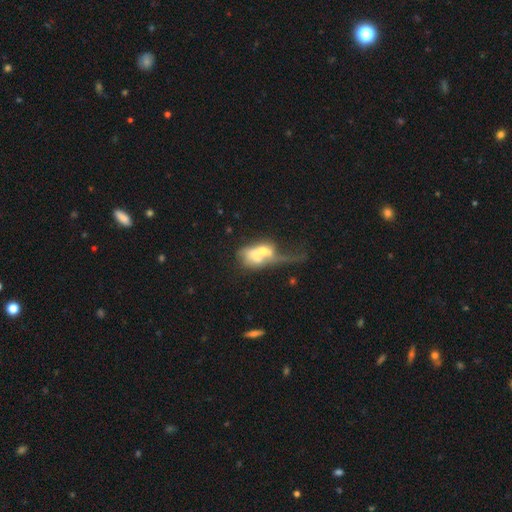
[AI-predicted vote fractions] Smooth or featured? Predicted: featured or disk (p=0.47). Merging? Predicted: merger (p=0.63).